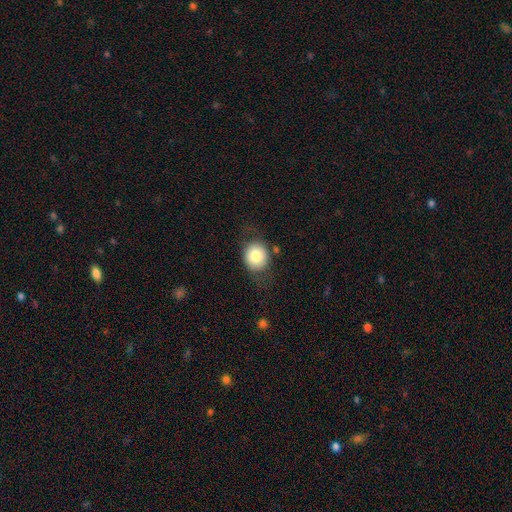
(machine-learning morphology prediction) A smooth galaxy with no disk features (77%) that is round (77%).

Vote fractions:
- Smooth or featured? smooth: 77% / featured or disk: 15% / star or artifact: 8%
- How rounded? round: 77% / in between: 22% / cigar-shaped: 1%
- Merging? none: 72% / minor disturbance: 16% / major disturbance: 9% / merger: 3%